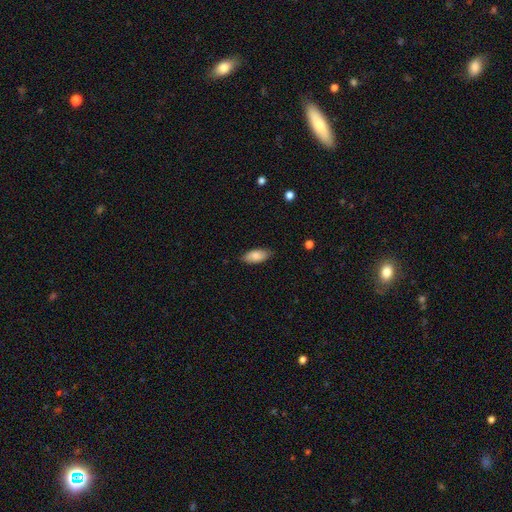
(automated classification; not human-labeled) Smooth or featured? Predicted: smooth (p=0.84). How rounded? Predicted: in between (p=0.89). Merging? Predicted: none (p=0.83).